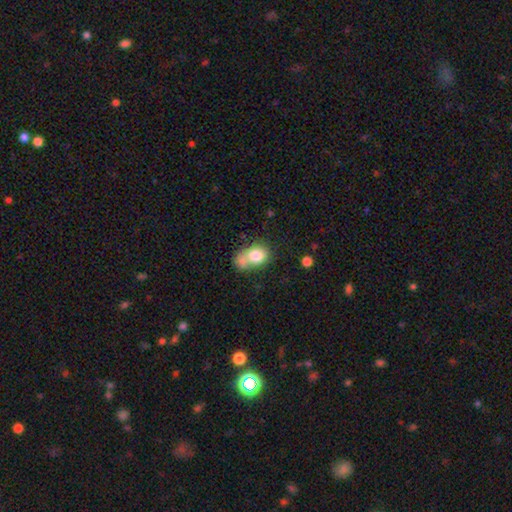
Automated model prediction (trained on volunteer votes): The model was most divided on "merging": merger: 48%, none: 28%, minor disturbance: 15%, major disturbance: 9%. More confident: smooth or featured — smooth (76%); how rounded — in between (62%).